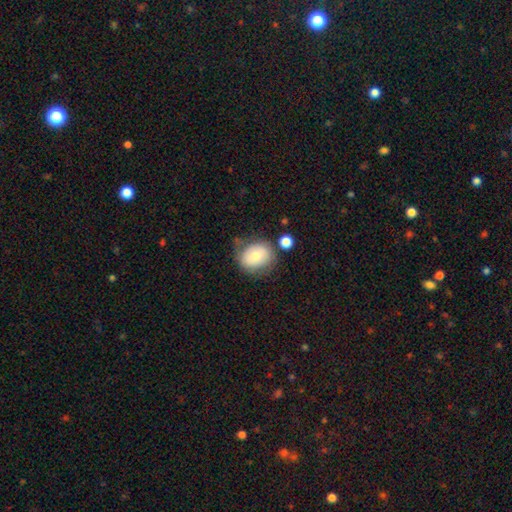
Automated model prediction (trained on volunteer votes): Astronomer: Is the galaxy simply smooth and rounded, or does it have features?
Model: smooth — 71%.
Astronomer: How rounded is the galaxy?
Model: round — 56% (runner-up: in between, 43%).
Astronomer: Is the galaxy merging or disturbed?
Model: none — 62%.